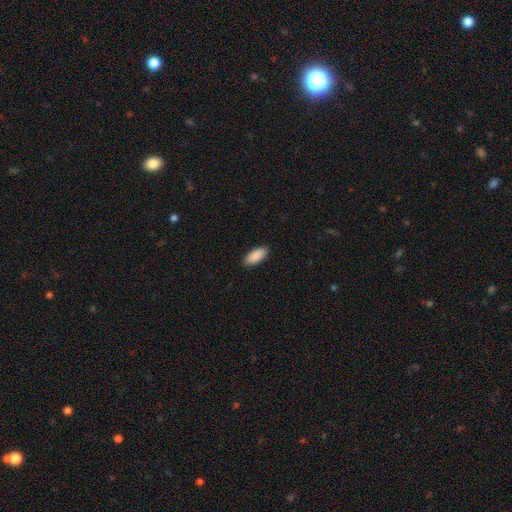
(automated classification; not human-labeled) smooth 91%, star or artifact 6%, featured or disk 3%. Down the decision tree: how rounded — in between (84%); merging — none (90%).